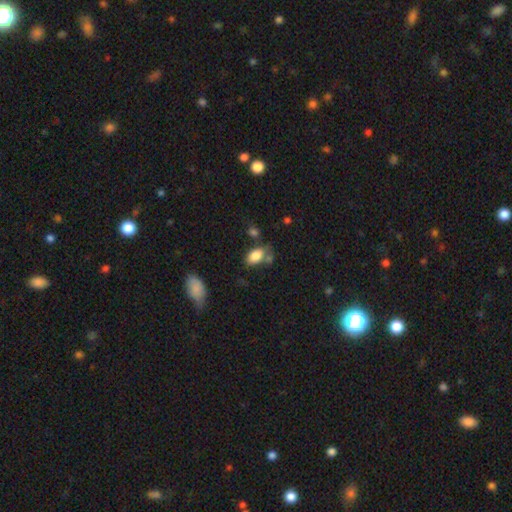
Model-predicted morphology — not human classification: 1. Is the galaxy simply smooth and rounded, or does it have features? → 82% smooth, 9% featured or disk, 8% star or artifact.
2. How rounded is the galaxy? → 91% in between, 7% round, 2% cigar-shaped.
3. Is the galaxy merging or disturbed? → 57% none, 21% minor disturbance, 14% merger, 7% major disturbance.